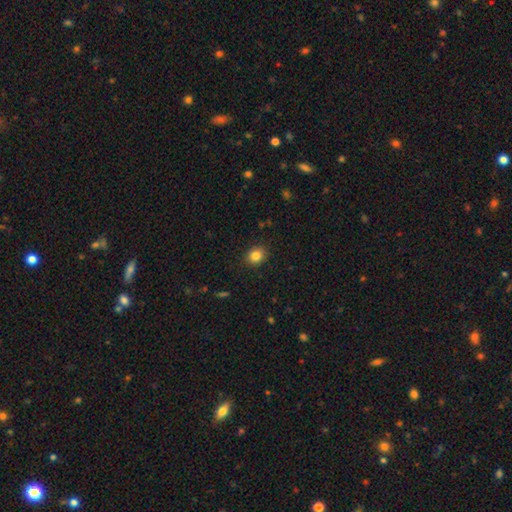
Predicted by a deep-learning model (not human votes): smooth 84%, star or artifact 10%, featured or disk 6%. Down the decision tree: how rounded — round (62%); merging — none (88%).